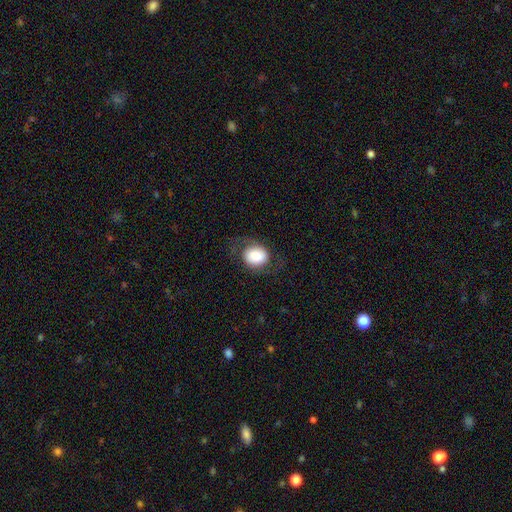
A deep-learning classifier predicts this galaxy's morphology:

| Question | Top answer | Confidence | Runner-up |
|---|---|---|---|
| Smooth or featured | smooth | 64% | featured or disk (27%) |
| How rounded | round | 58% | in between (41%) |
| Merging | none | 70% | minor disturbance (16%) |